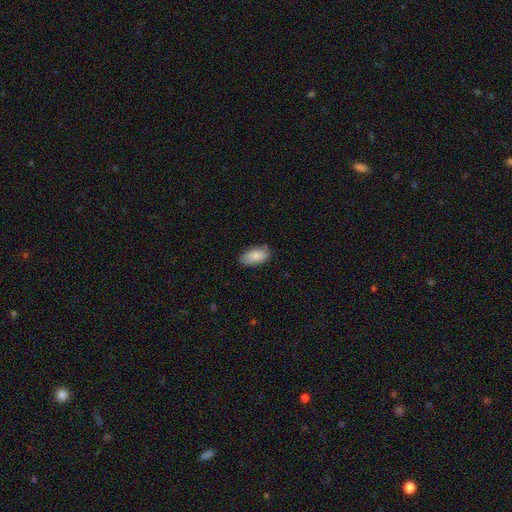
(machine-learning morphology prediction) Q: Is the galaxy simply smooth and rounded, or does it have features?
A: smooth — 84%.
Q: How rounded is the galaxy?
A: in between — 93%.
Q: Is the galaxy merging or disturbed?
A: none — 80%.